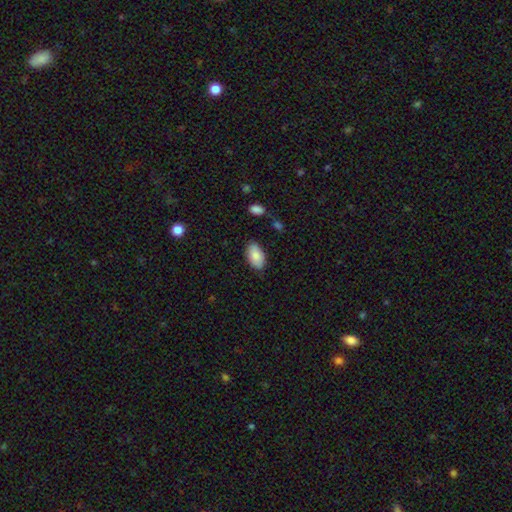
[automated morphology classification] This is clearly a smooth galaxy (87%). How rounded: clearly in between (94%). Merging: clearly none (83%).